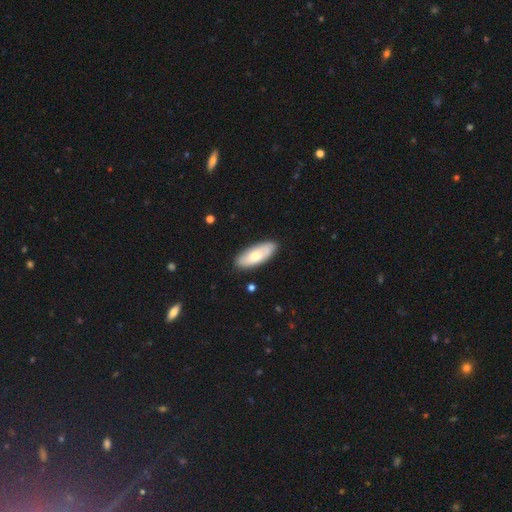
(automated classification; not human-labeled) Smooth or featured? Predicted: smooth (p=0.66). How rounded? Predicted: in between (p=0.79). Merging? Predicted: none (p=0.85).